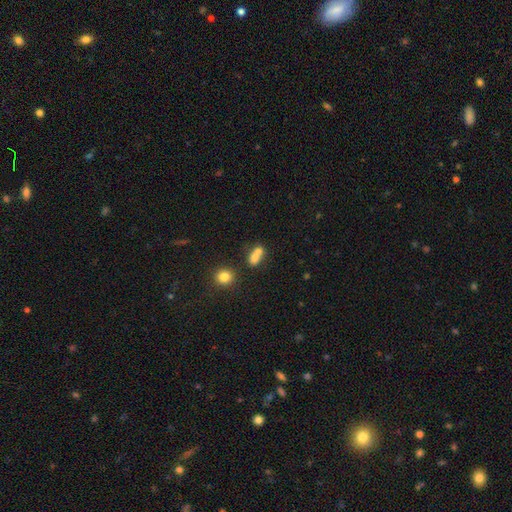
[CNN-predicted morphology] This appears to be a smooth galaxy with no disk features (72%) that is in between round and cigar-shaped (59%). Merging: merger (61%).